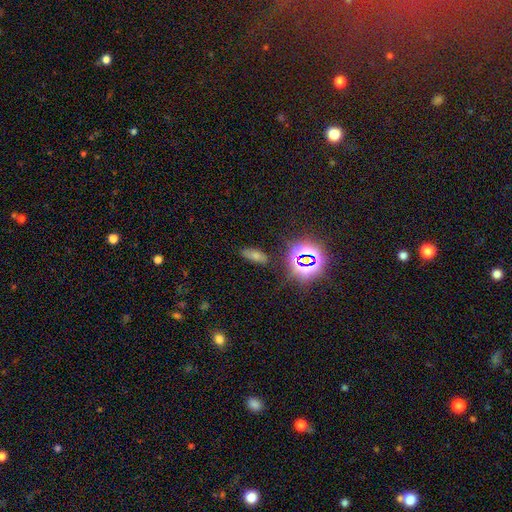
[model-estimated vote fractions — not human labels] Overall: smooth (47%; star or artifact 39%). Merging: none (82%).